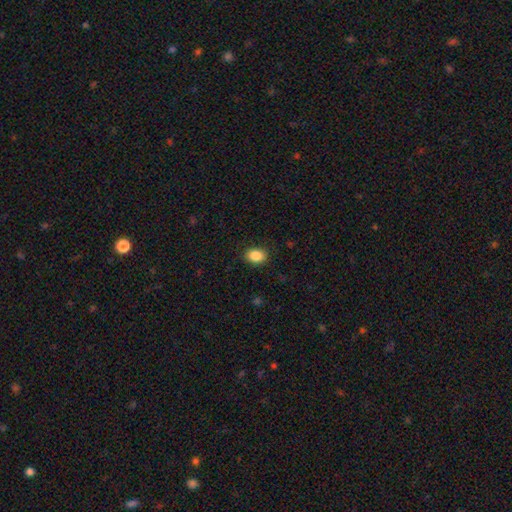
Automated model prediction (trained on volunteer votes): Smooth or featured: smooth — 87% (star or artifact — 9%)
How rounded: in between — 66% (round — 34%)
Merging: none — 88% (minor disturbance — 9%)